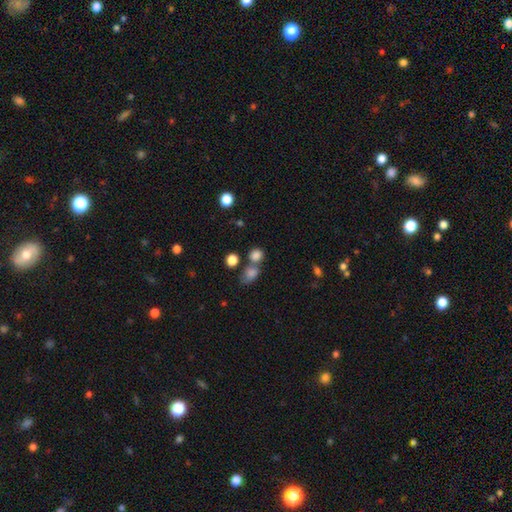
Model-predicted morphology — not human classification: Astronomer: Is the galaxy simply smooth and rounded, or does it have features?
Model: smooth — 81%.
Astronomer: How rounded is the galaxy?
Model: round — 70%.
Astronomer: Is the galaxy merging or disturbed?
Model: none — 52% (runner-up: merger, 34%).